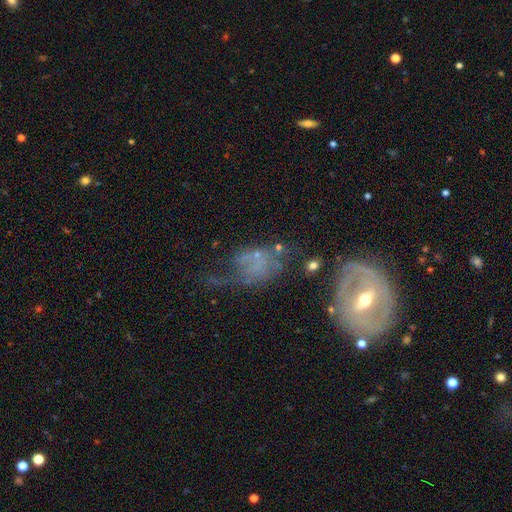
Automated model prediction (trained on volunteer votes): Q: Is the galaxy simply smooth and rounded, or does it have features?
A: featured or disk — 53%.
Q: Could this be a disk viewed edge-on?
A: no — 95%.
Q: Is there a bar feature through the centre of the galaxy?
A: no — 79%.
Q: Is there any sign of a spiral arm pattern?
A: no — 54%.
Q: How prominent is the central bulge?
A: none — 68%.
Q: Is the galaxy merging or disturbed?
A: major disturbance — 39%.